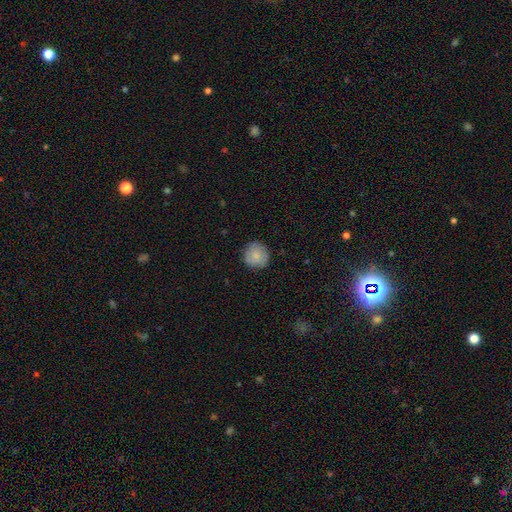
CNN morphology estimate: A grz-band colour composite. It shows a smooth galaxy with no disk features (81%) that is round (93%). Merging: none (86%).